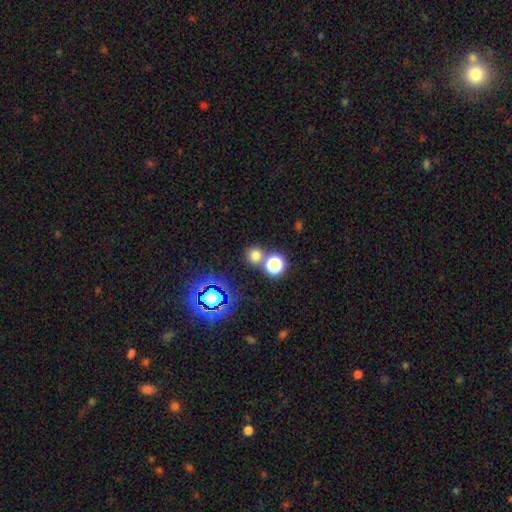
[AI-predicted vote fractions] smooth-or-featured: smooth: 69% | star or artifact: 25% | featured or disk: 7%
  how-rounded: round: 88% | in between: 11% | cigar-shaped: 1%
  merging: none: 69% | merger: 22% | minor disturbance: 7% | major disturbance: 3%